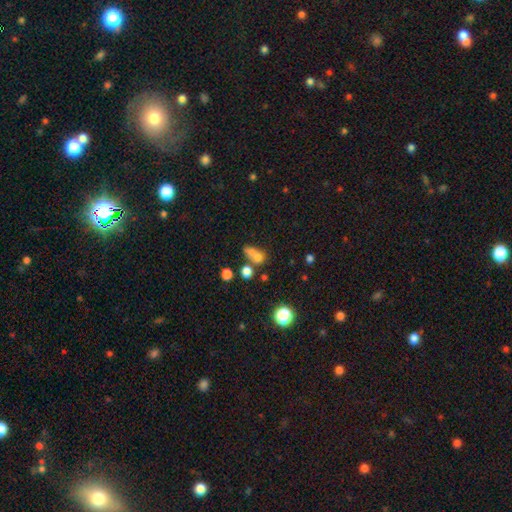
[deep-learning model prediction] Smooth or featured? smooth (67%)
How rounded? round (48%)
Merging? merger (45%)